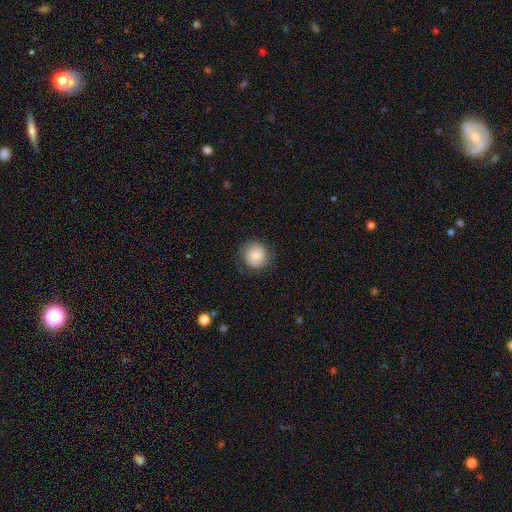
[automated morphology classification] smooth-or-featured: smooth: 80% | featured or disk: 12% | star or artifact: 8%
  how-rounded: round: 91% | in between: 8% | cigar-shaped: 1%
  merging: none: 81% | minor disturbance: 13% | major disturbance: 5% | merger: 1%